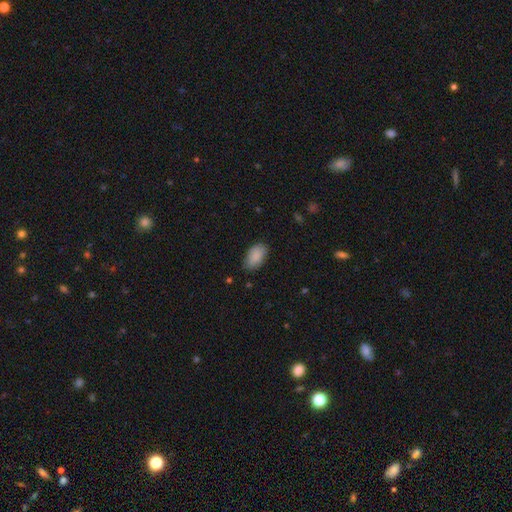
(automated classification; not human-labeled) A smooth galaxy with no disk features (89%) that is in between round and cigar-shaped (94%).

Vote fractions:
- Smooth or featured? smooth: 89% / star or artifact: 7% / featured or disk: 5%
- How rounded? in between: 94% / round: 5% / cigar-shaped: 2%
- Merging? none: 79% / minor disturbance: 17% / major disturbance: 3% / merger: 1%